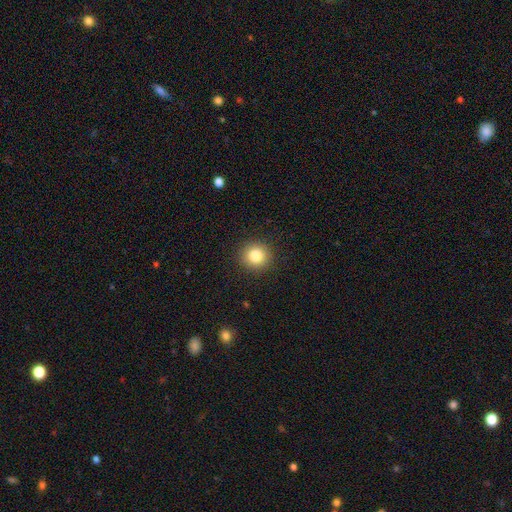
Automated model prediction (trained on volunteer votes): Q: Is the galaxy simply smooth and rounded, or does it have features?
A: smooth — 83%.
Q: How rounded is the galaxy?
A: round — 92%.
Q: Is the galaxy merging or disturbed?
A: none — 91%.